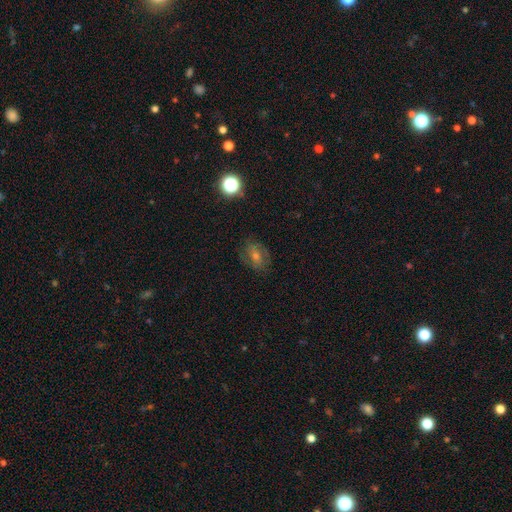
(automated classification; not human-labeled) Smooth or featured? featured or disk (48%)
Merging? none (81%)